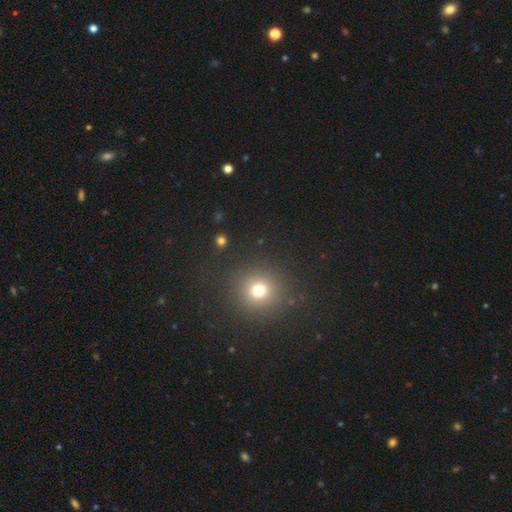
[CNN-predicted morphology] This appears to be a smooth galaxy with no disk features (55%) that is round (92%). Merging: none (91%).